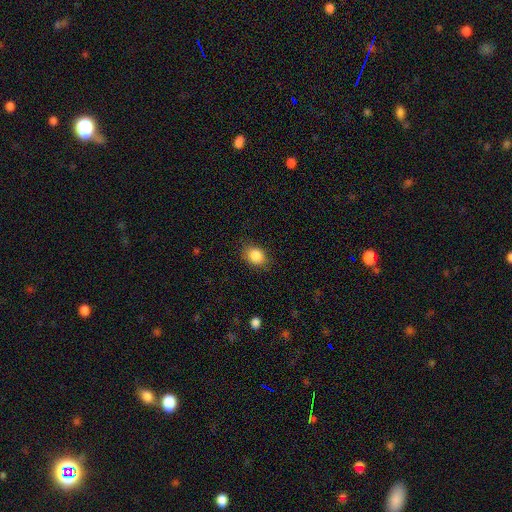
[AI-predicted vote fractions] smooth_or_featured: smooth (p=0.86) [alt: star or artifact p=0.09]
how_rounded: in between (p=0.56) [alt: round p=0.43]
merging: none (p=0.82) [alt: minor disturbance p=0.13]